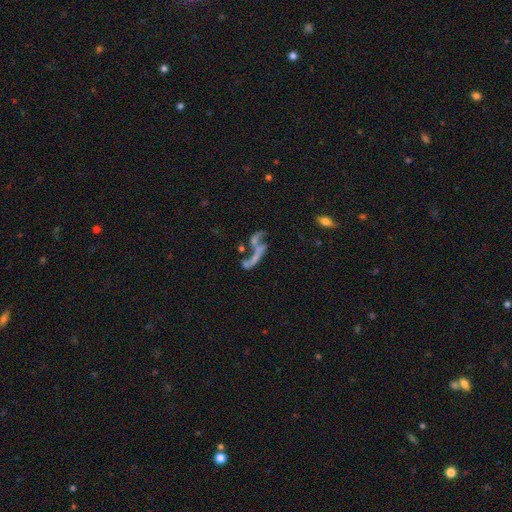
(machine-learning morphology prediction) This appears to be a featured or disk galaxy (57%). Merging: merger (43%).